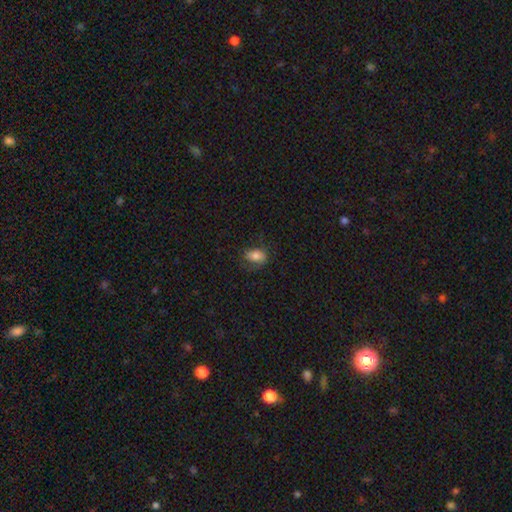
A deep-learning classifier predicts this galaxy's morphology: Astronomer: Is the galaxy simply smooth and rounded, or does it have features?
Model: smooth — 74%.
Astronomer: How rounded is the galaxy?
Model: in between — 78%.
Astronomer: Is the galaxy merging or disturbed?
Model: none — 66%.